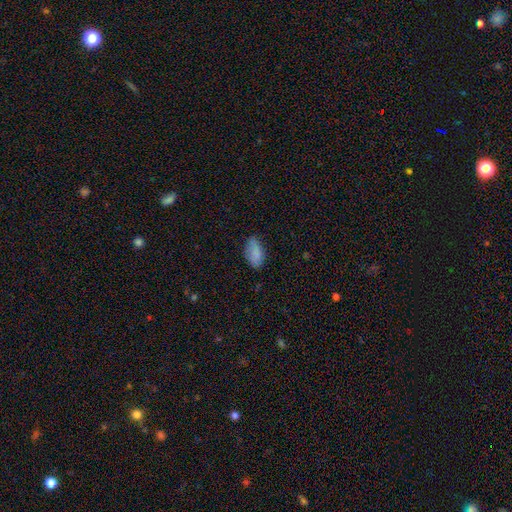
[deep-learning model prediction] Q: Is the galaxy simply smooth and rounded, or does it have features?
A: smooth — 80%.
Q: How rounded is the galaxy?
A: in between — 91%.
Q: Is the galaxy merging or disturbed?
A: none — 72%.